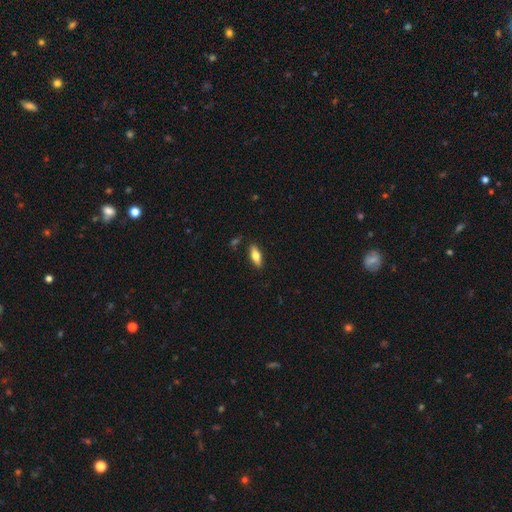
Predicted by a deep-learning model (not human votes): This appears to be a smooth galaxy with no disk features (67%) that is in between round and cigar-shaped (69%). Merging: none (87%).